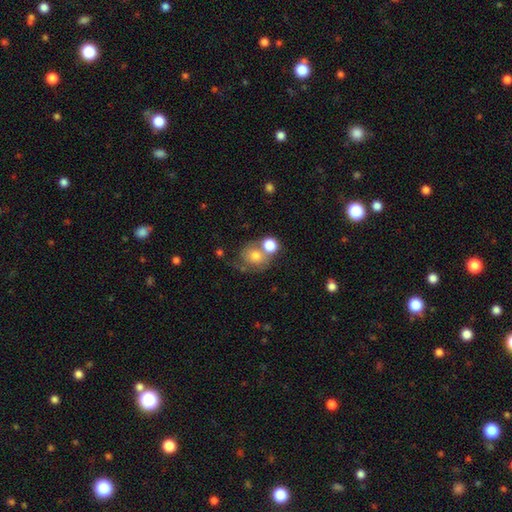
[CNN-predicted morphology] Q: Smooth or featured?
A: smooth (66%); runner-up: featured or disk (24%)
Q: How rounded?
A: round (74%); runner-up: in between (25%)
Q: Merging?
A: merger (40%); runner-up: none (36%)